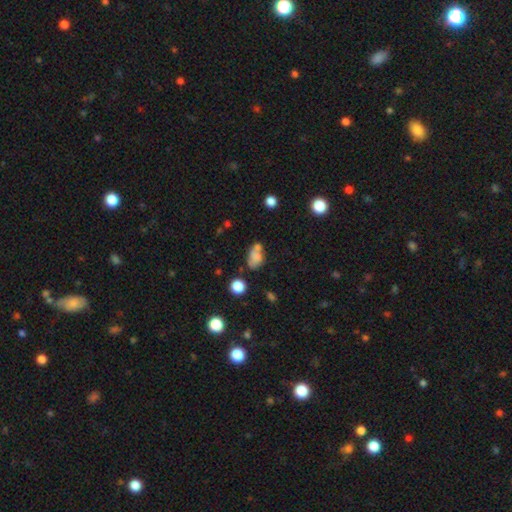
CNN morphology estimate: type=smooth (73%); roundness=in between (82%); merging=none (40%).